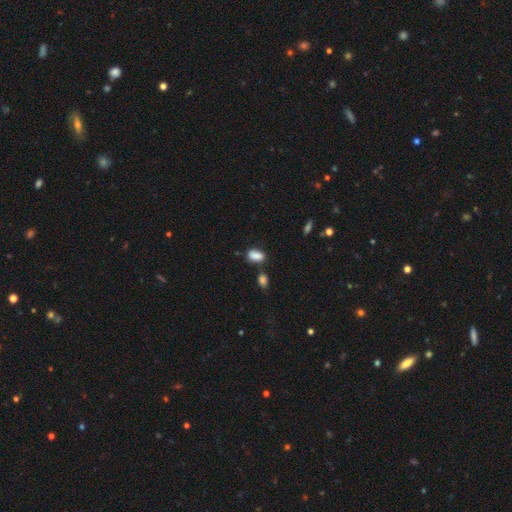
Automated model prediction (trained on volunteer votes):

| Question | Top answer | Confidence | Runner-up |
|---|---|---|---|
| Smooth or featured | smooth | 84% | star or artifact (9%) |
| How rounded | in between | 87% | round (9%) |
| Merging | none | 60% | minor disturbance (18%) |